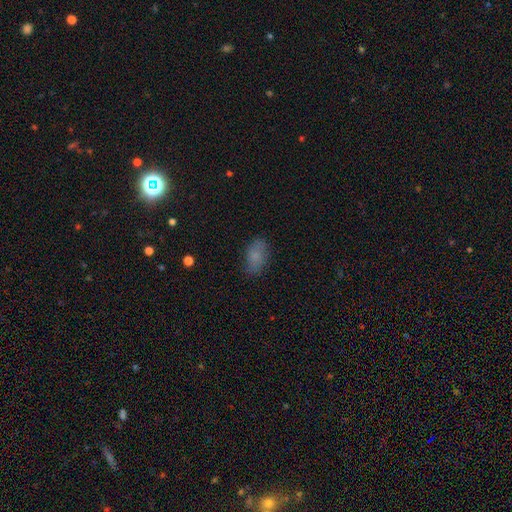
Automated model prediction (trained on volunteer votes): A smooth galaxy with no disk features (79%) that is in between round and cigar-shaped (90%).

Vote fractions:
- Smooth or featured? smooth: 79% / featured or disk: 10% / star or artifact: 10%
- How rounded? in between: 90% / round: 7% / cigar-shaped: 2%
- Merging? none: 78% / minor disturbance: 16% / major disturbance: 4% / merger: 1%